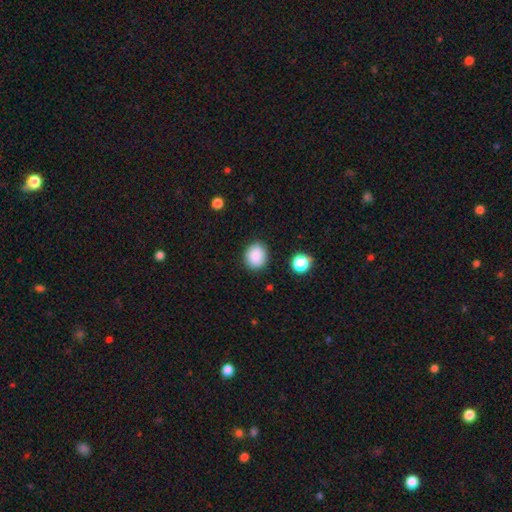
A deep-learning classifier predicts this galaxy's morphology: Smooth or featured? smooth (87%)
How rounded? round (74%)
Merging? none (86%)